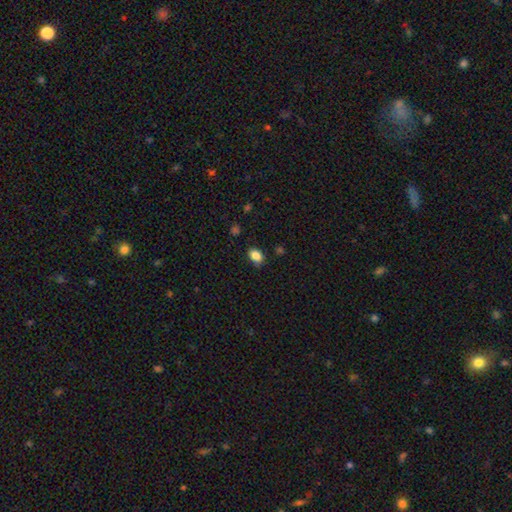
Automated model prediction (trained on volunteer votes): smooth-or-featured: smooth: 87% | star or artifact: 9% | featured or disk: 4%
  how-rounded: in between: 77% | round: 22% | cigar-shaped: 1%
  merging: none: 83% | minor disturbance: 13% | major disturbance: 3% | merger: 2%